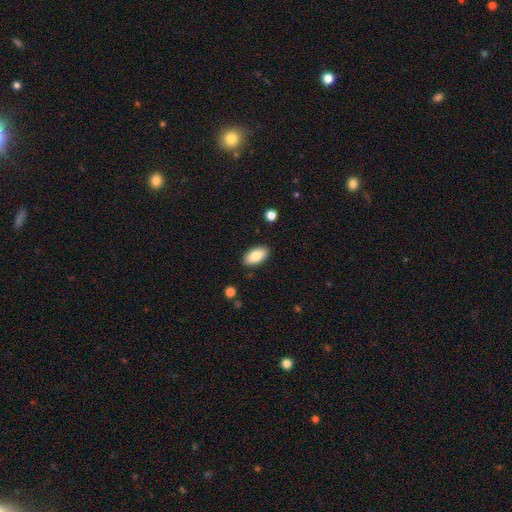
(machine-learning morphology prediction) A smooth galaxy with no disk features (83%) that is in between round and cigar-shaped (94%). Merging: none (88%).